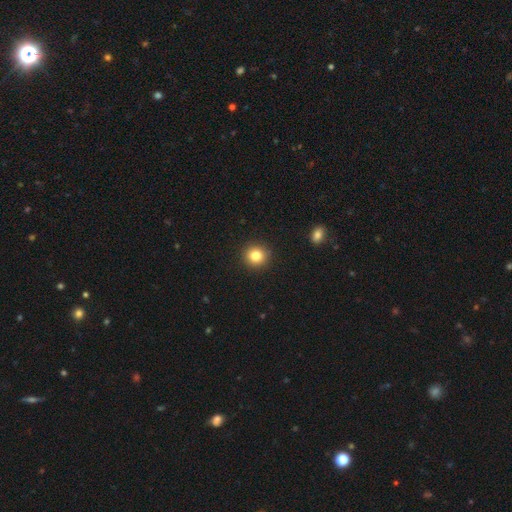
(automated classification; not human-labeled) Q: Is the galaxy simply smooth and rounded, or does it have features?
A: smooth — 83%.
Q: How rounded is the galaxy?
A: round — 92%.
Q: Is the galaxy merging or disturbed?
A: none — 92%.